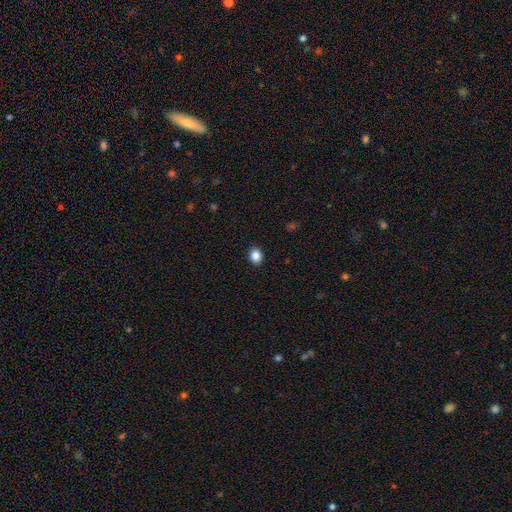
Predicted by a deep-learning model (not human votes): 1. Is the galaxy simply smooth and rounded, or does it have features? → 86% smooth, 10% star or artifact, 3% featured or disk.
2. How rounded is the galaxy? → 68% round, 31% in between, 1% cigar-shaped.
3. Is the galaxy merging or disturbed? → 91% none, 6% minor disturbance, 2% major disturbance, 1% merger.